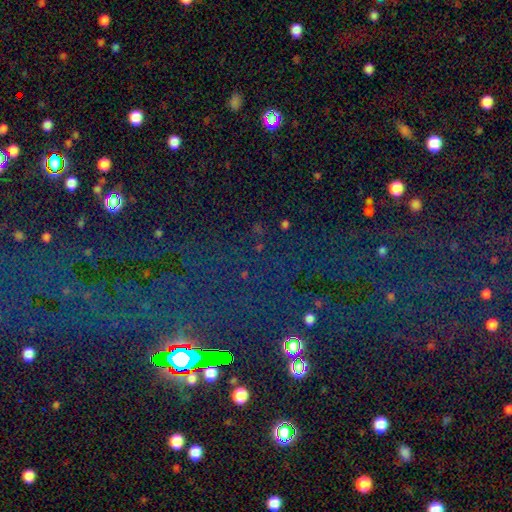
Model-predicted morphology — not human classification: This appears to be a star or artifact, not a galaxy (78%).